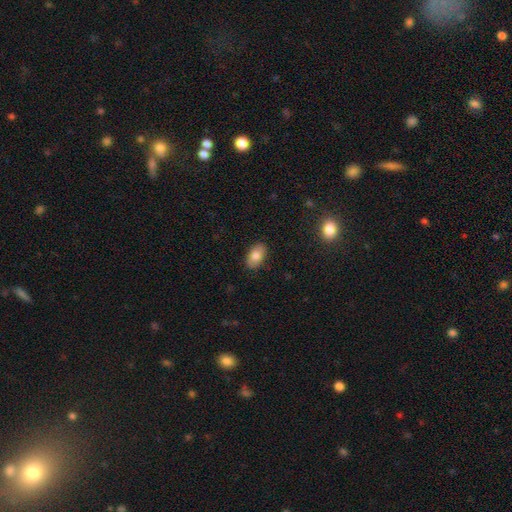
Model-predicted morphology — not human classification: type=smooth (82%); roundness=in between (92%); merging=none (87%).